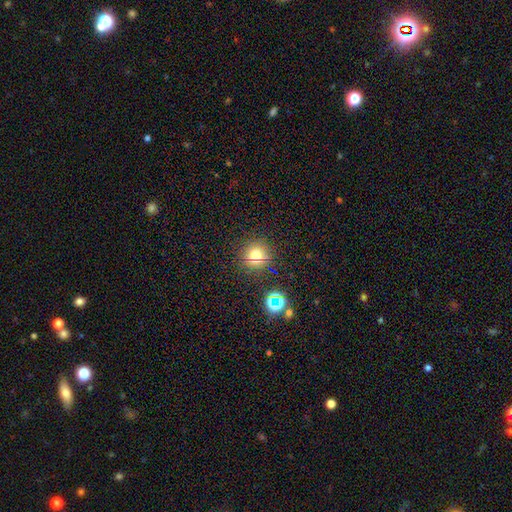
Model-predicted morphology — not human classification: Smooth or featured: smooth — 69% (star or artifact — 21%)
How rounded: round — 94% (in between — 5%)
Merging: none — 87% (minor disturbance — 7%)